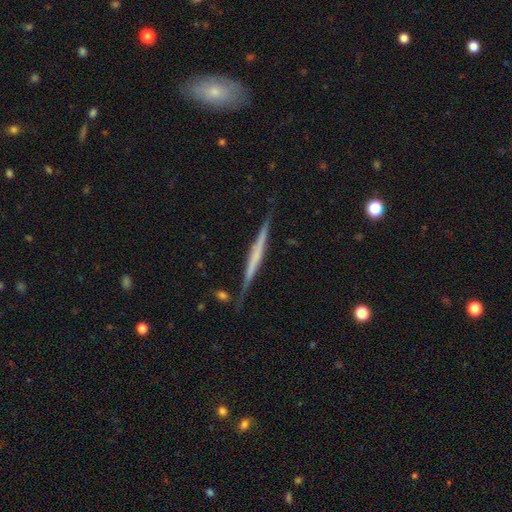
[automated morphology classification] Smooth or featured: featured or disk — 65% (smooth — 29%)
Edge-on disk: yes — 98% (no — 2%)
Edge-on bulge: none — 73% (rounded — 15%)
Merging: none — 85% (minor disturbance — 10%)